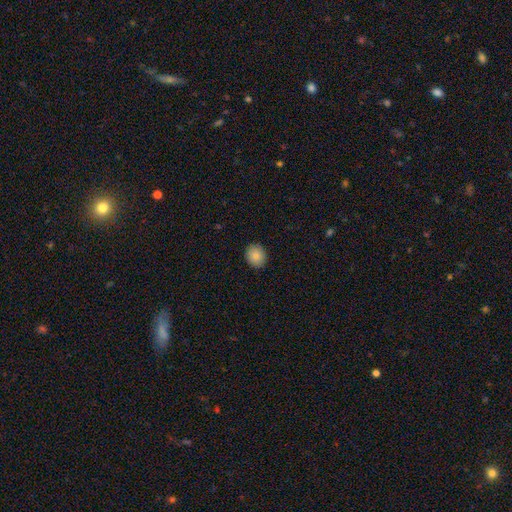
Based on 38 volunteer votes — Smooth or featured?
  - smooth: 95% *
  - star or artifact: 5%
  - featured or disk: 0%
How rounded?
  - round: 86% *
  - in between: 14%
  - cigar-shaped: 0%
Merging?
  - none: 94% *
  - minor disturbance: 3%
  - major disturbance: 3%
  - merger: 0%